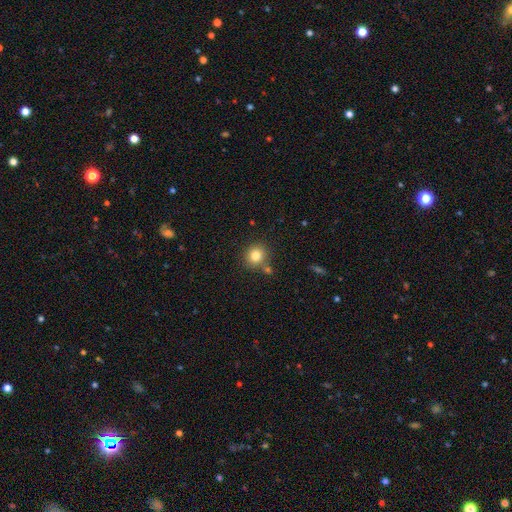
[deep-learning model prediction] Smooth or featured? smooth (82%)
How rounded? round (85%)
Merging? none (74%)